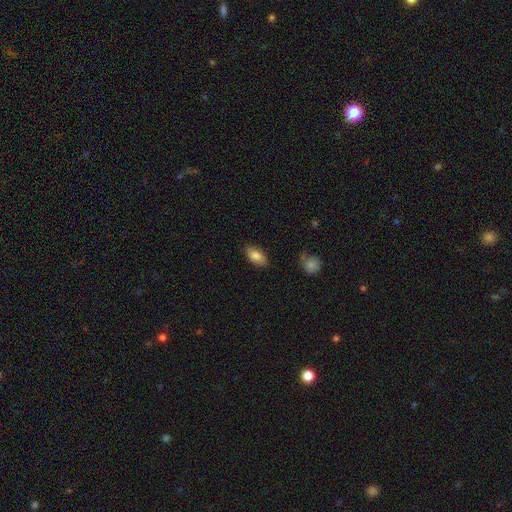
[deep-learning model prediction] Morphology: type=smooth (83%); roundness=in between (91%); merging=none (84%).